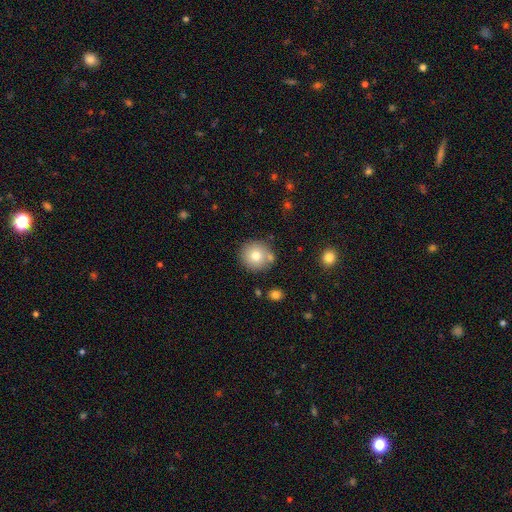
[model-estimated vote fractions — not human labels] Overall: smooth (75%). How rounded: round (92%). Merging: none (76%).